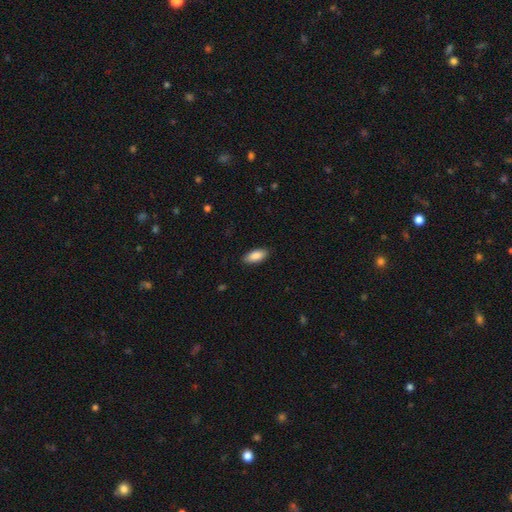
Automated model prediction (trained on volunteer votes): A smooth galaxy with no disk features (89%) that is in between round and cigar-shaped (89%).

Vote fractions:
- Smooth or featured? smooth: 89% / star or artifact: 6% / featured or disk: 5%
- How rounded? in between: 89% / cigar-shaped: 9% / round: 2%
- Merging? none: 88% / minor disturbance: 9% / major disturbance: 2% / merger: 1%